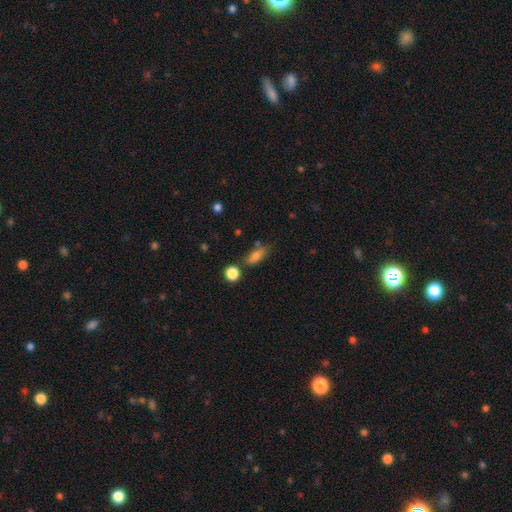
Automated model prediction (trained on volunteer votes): This is likely a smooth galaxy (77%). How rounded: likely in between (73%). Merging: likely none (64%).